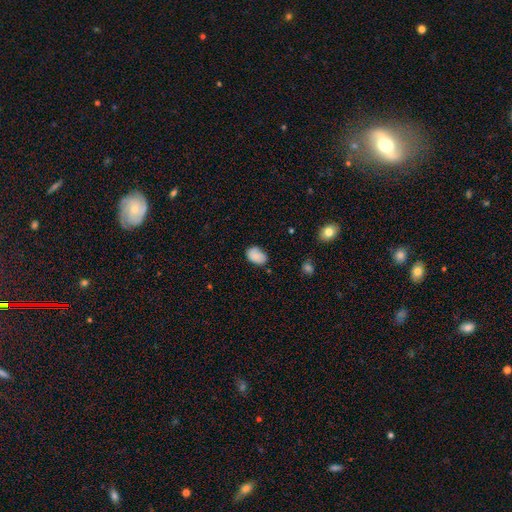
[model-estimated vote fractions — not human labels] Q: Smooth or featured?
A: smooth (85%); runner-up: star or artifact (8%)
Q: How rounded?
A: in between (87%); runner-up: round (12%)
Q: Merging?
A: none (72%); runner-up: minor disturbance (22%)